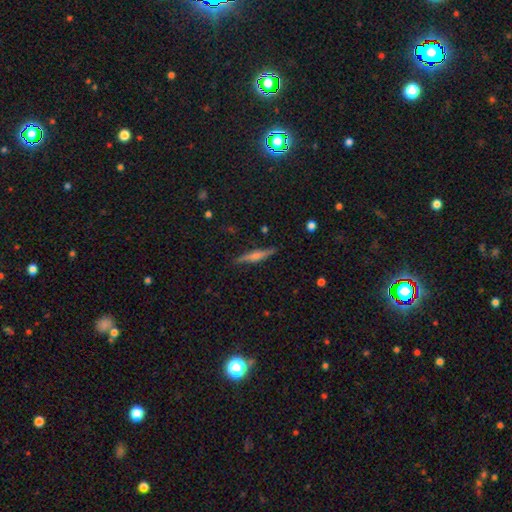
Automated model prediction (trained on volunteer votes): A featured or disk galaxy (62%) viewed edge-on (96%) with a rounded central bulge (70%). Merging: none (88%).